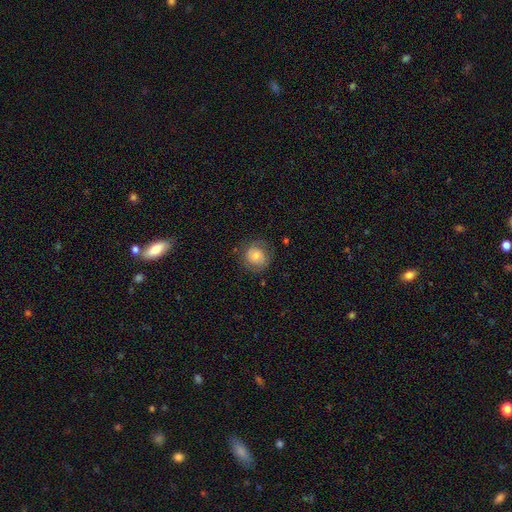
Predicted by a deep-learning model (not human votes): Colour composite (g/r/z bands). It shows a smooth galaxy with no disk features (68%) that is round (87%). Merging: none (74%).